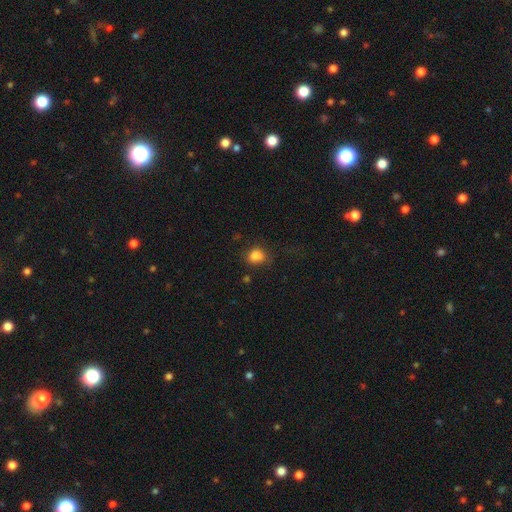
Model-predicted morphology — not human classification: Overall: smooth (84%). How rounded: round (49%, tied with in between). Merging: none (65%).